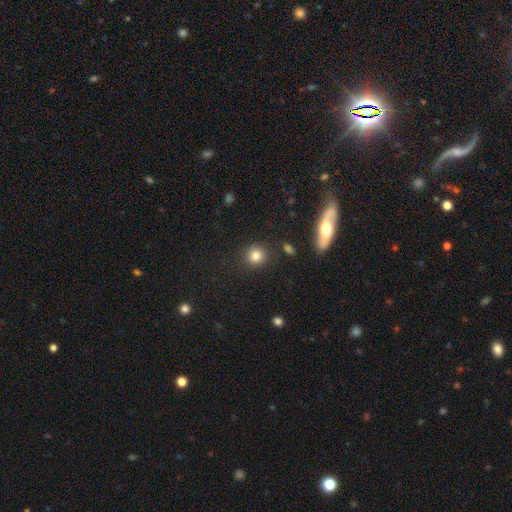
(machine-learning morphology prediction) A smooth galaxy with no disk features (82%) that is round (89%). Merging: none (87%).